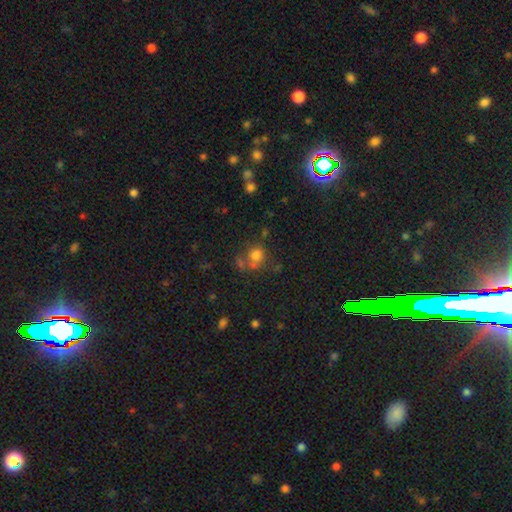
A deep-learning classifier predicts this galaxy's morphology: A smooth galaxy with no disk features (72%) that is round (76%). Merging: none (50%).